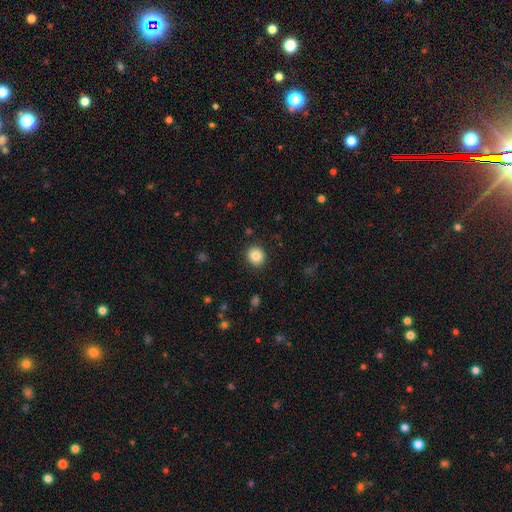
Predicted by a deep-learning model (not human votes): This is clearly a smooth galaxy (84%). How rounded: clearly round (83%). Merging: clearly none (91%).